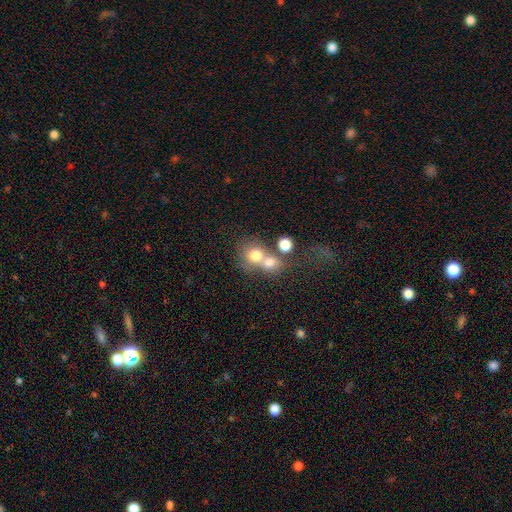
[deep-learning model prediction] smooth 72%, featured or disk 16%, star or artifact 12%. Down the decision tree: how rounded — round (76%); merging — merger (56%).